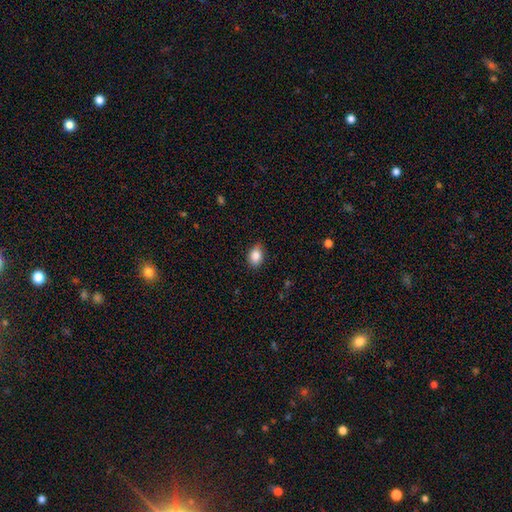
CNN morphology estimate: Smooth or featured?
  - smooth: 87% *
  - star or artifact: 8%
  - featured or disk: 5%
How rounded?
  - in between: 79% *
  - round: 20%
  - cigar-shaped: 1%
Merging?
  - none: 83% *
  - minor disturbance: 13%
  - major disturbance: 2%
  - merger: 1%